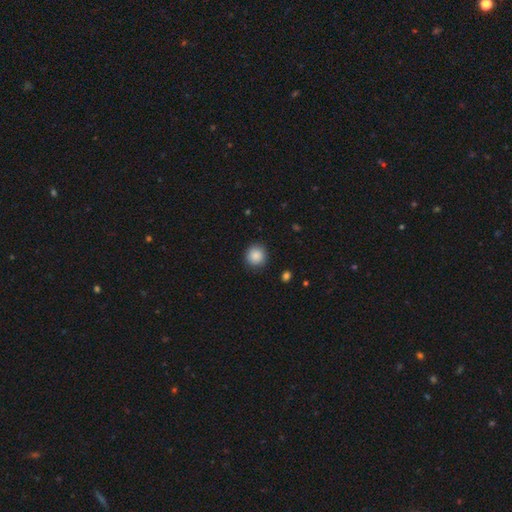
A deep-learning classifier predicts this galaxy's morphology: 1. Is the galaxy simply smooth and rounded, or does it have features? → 88% smooth, 9% star or artifact, 4% featured or disk.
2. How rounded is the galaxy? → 90% round, 9% in between, 1% cigar-shaped.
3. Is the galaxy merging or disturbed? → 90% none, 7% minor disturbance, 2% major disturbance, 1% merger.